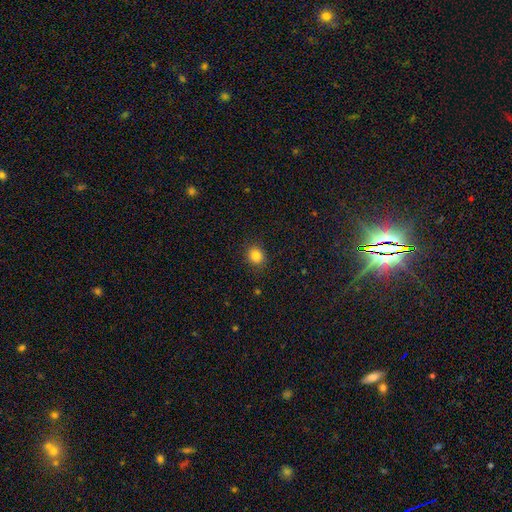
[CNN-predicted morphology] Overall: smooth (84%). How rounded: round (78%). Merging: none (88%).